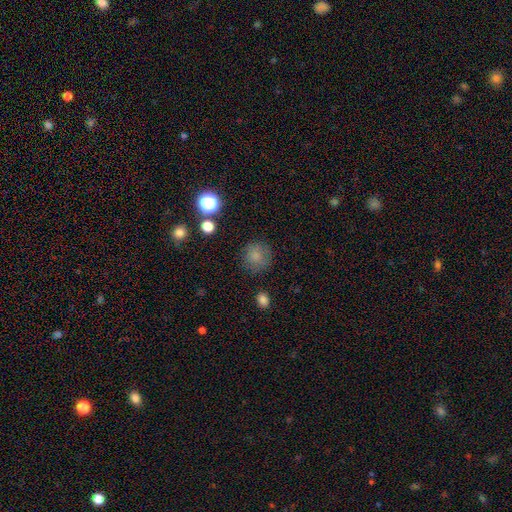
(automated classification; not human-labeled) Smooth or featured? Predicted: smooth (p=0.81). How rounded? Predicted: round (p=0.92). Merging? Predicted: none (p=0.81).